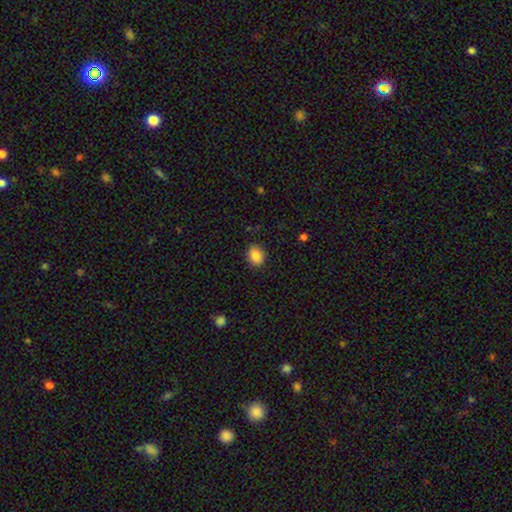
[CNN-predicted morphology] Smooth or featured? Predicted: smooth (p=0.86). How rounded? Predicted: in between (p=0.51). Merging? Predicted: none (p=0.86).